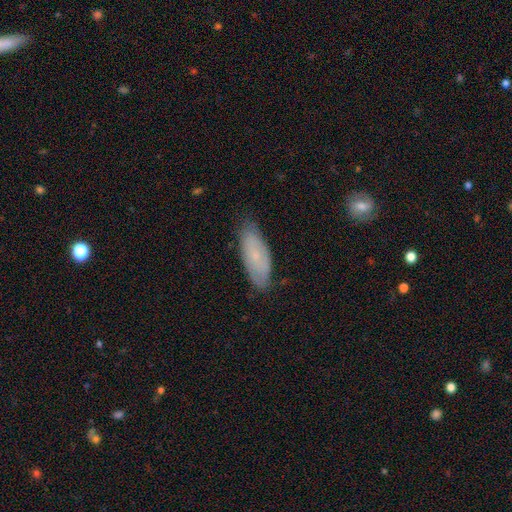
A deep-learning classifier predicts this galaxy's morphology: smooth 60%, featured or disk 32%, star or artifact 7%. Down the decision tree: how rounded — in between (73%); merging — none (75%).